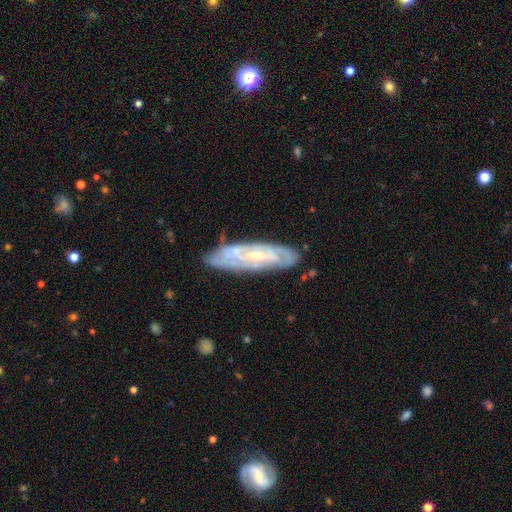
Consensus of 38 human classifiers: Volunteers were most divided on "bulge size": small: 52%, moderate: 48%, dominant: 0%, large: 0%, none: 0%. Remaining: merging — none (95%); spiral arms — yes (94%); smooth or featured — featured or disk (92%); edge-on disk — no (89%); spiral winding — tight (79%); bar — no (55%); spiral arm count — can't tell (48%).